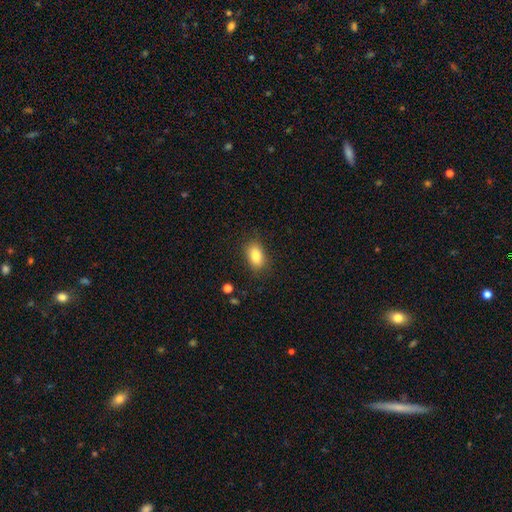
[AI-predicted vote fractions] A smooth galaxy with no disk features (85%) that is in between round and cigar-shaped (89%). Merging: none (81%).